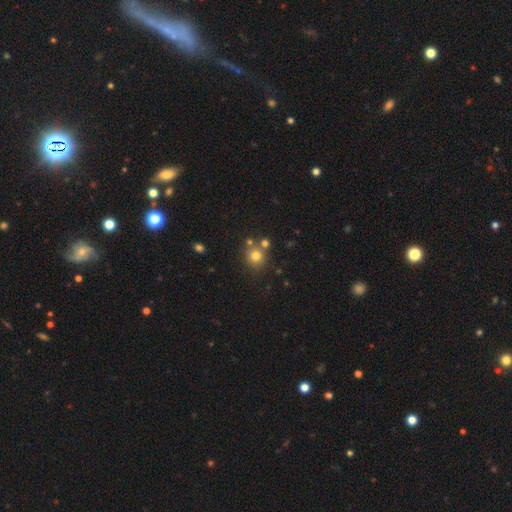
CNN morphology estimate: This appears to be a smooth galaxy with no disk features (75%) that is round (87%). Merging: none (70%).